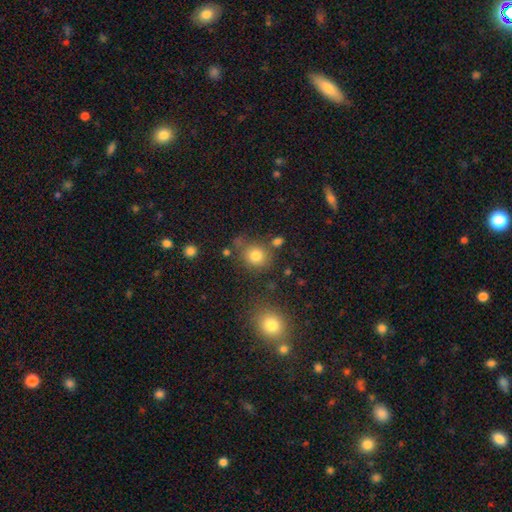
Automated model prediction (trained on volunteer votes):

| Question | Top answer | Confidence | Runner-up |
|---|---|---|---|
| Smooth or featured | smooth | 79% | star or artifact (13%) |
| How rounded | round | 79% | in between (20%) |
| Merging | none | 70% | minor disturbance (14%) |